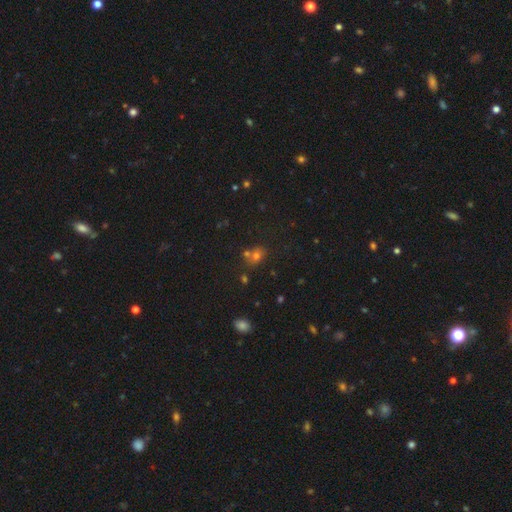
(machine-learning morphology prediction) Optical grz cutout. It shows a smooth galaxy with no disk features (60%) that is round (65%). Merging: none (55%).